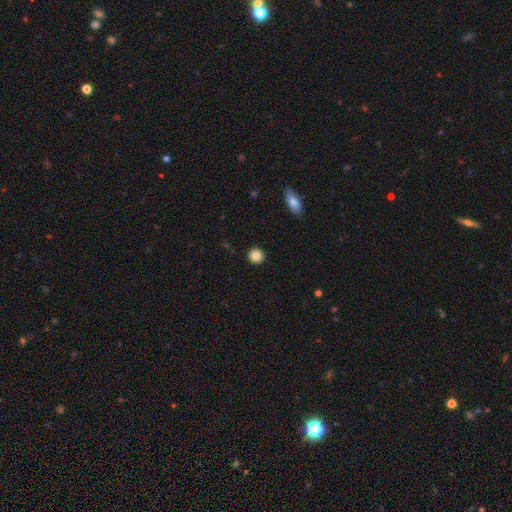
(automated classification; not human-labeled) Smooth or featured: smooth — 85% (star or artifact — 10%)
How rounded: round — 93% (in between — 6%)
Merging: none — 93% (minor disturbance — 5%)